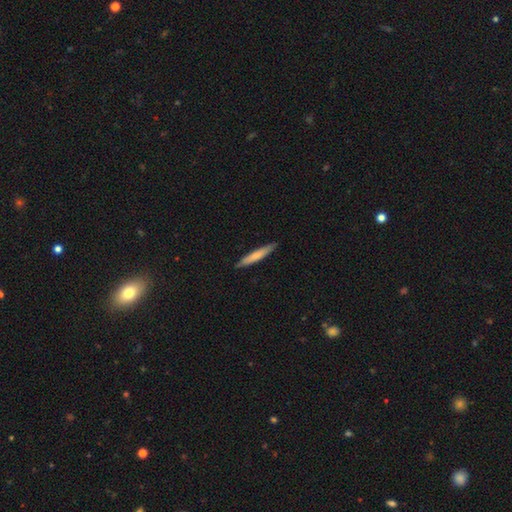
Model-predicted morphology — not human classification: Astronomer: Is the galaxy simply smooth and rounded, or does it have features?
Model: smooth — 70%.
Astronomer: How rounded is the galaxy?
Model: cigar-shaped — 94%.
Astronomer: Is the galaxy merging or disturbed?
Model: none — 89%.